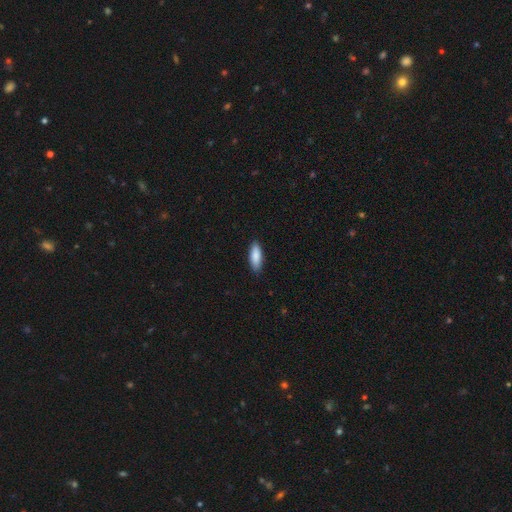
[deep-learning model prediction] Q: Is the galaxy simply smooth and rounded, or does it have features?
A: smooth — 88%.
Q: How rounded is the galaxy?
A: in between — 66%.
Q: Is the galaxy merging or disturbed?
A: none — 88%.